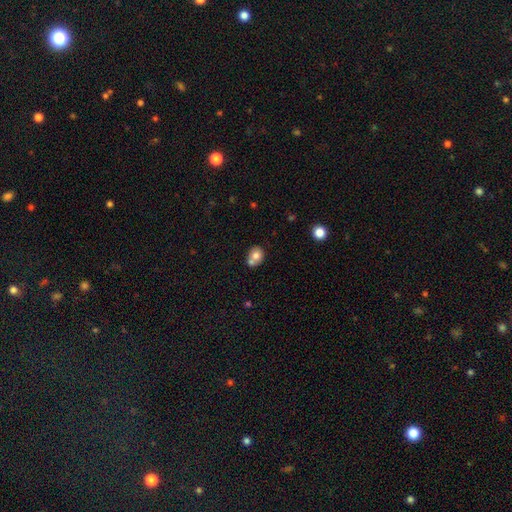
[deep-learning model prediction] Overall: smooth (75%). How rounded: round (65%; in between 34%). Merging: merger (44%; none 41%).